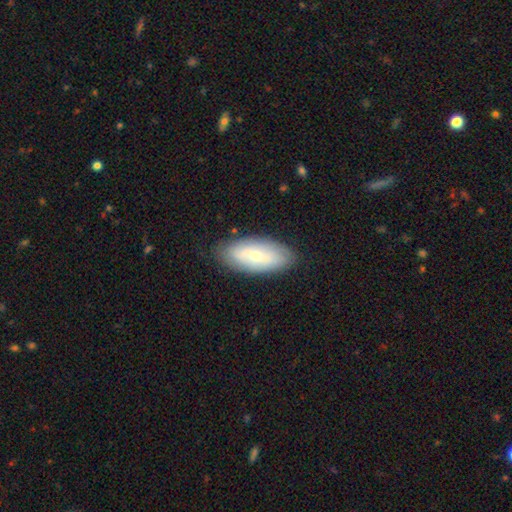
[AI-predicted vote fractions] A smooth galaxy with no disk features (55%) that is in between round and cigar-shaped (87%). Merging: none (83%).